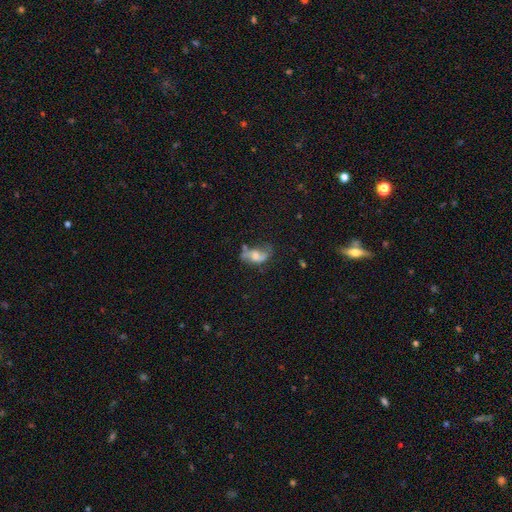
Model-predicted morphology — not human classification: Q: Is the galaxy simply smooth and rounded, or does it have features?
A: featured or disk — 68%.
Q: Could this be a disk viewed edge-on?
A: no — 96%.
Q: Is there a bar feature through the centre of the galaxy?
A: no — 56%.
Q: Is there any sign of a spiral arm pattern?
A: yes — 86%.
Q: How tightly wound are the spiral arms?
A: loose — 64%.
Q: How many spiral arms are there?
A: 2 — 85%.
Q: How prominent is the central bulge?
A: moderate — 42%.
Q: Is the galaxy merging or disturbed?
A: none — 51%.